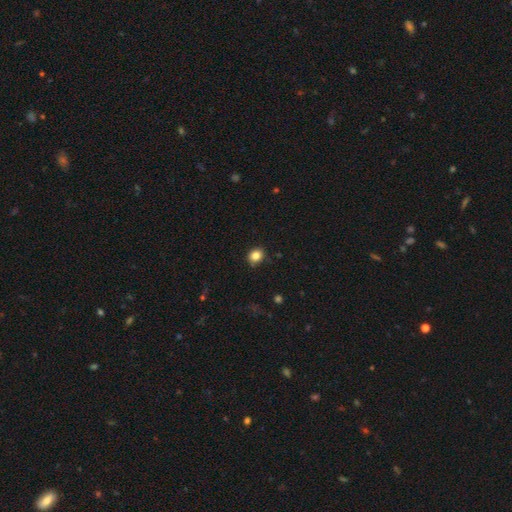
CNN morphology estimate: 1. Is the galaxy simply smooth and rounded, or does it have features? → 84% smooth, 10% star or artifact, 5% featured or disk.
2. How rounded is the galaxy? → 71% round, 28% in between, 1% cigar-shaped.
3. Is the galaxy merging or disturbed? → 85% none, 11% minor disturbance, 2% major disturbance, 1% merger.